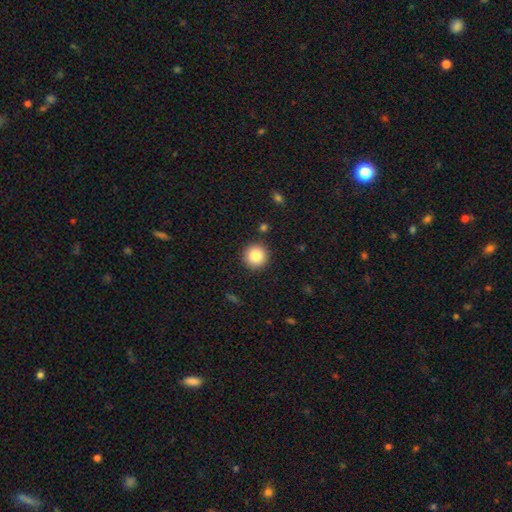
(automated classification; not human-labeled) Smooth or featured? smooth (84%)
How rounded? round (95%)
Merging? none (90%)